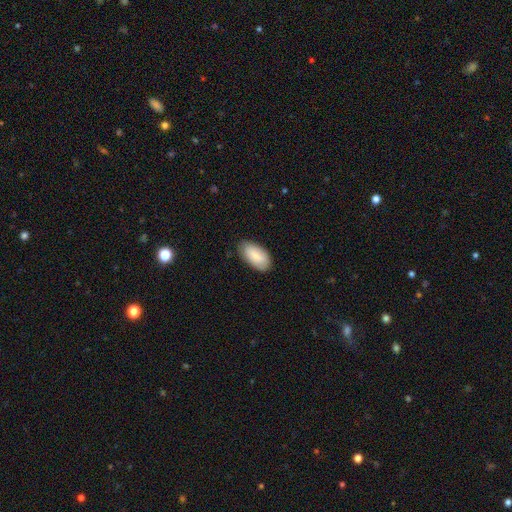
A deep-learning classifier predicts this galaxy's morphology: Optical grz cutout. It shows a smooth galaxy with no disk features (86%) that is in between round and cigar-shaped (93%). Merging: none (84%).